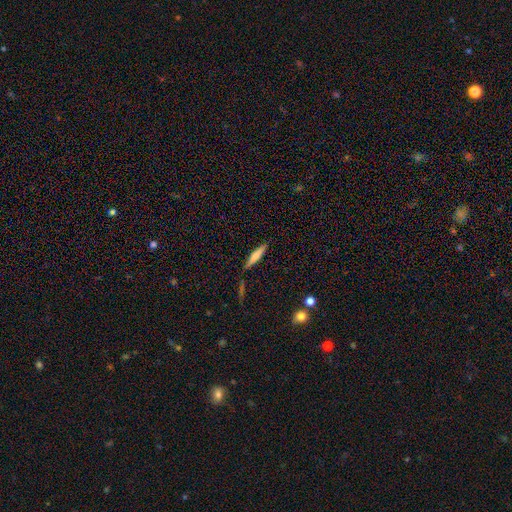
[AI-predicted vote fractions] A smooth galaxy with no disk features (68%) that is cigar-shaped (85%).

Vote fractions:
- Smooth or featured? smooth: 68% / featured or disk: 25% / star or artifact: 7%
- How rounded? cigar-shaped: 85% / in between: 14% / round: 2%
- Merging? none: 84% / minor disturbance: 10% / merger: 3% / major disturbance: 2%